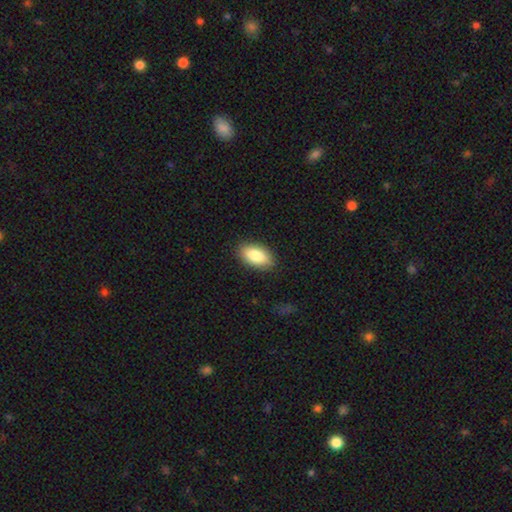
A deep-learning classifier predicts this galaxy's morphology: Smooth or featured: smooth — 84% (featured or disk — 10%)
How rounded: in between — 91% (cigar-shaped — 5%)
Merging: none — 87% (minor disturbance — 10%)